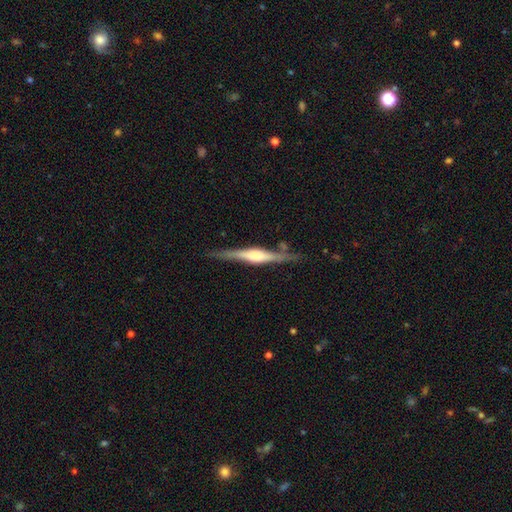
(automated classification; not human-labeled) Smooth or featured: featured or disk — 75% (smooth — 19%)
Edge-on disk: yes — 97% (no — 3%)
Edge-on bulge: rounded — 71% (boxy — 23%)
Merging: none — 80% (minor disturbance — 13%)